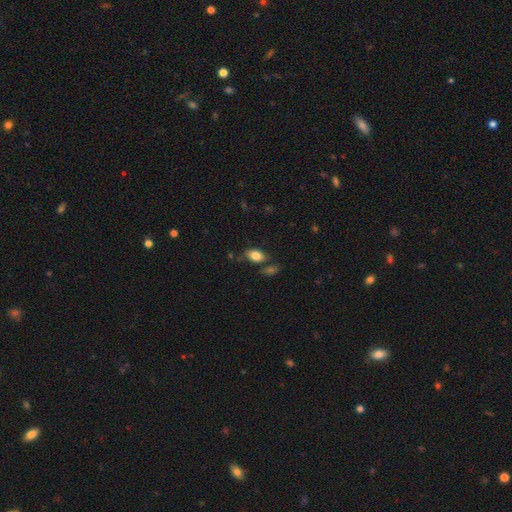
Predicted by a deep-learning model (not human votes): Overall: smooth (82%). How rounded: in between (87%). Merging: none (66%).